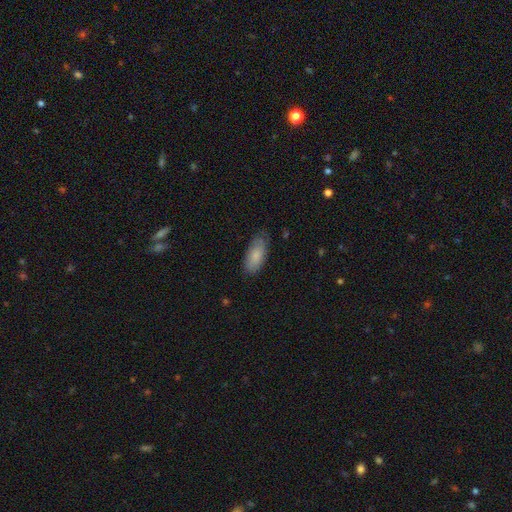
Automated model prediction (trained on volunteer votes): Overall: smooth (82%). How rounded: in between (87%). Merging: none (73%).